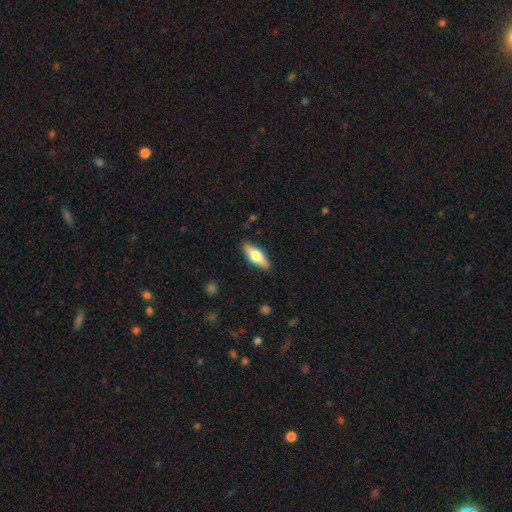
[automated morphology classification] Smooth or featured: smooth — 56% (featured or disk — 38%)
How rounded: in between — 65% (cigar-shaped — 32%)
Merging: none — 87% (minor disturbance — 10%)